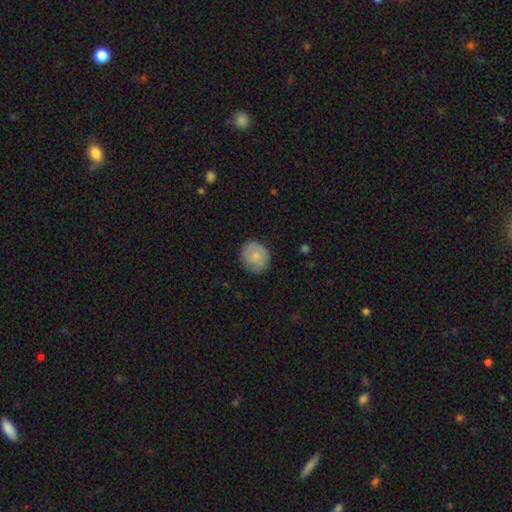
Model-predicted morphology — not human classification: The model was most divided on "smooth or featured": smooth: 74%, featured or disk: 19%, star or artifact: 7%. More confident: merging — none (80%); how rounded — round (80%).